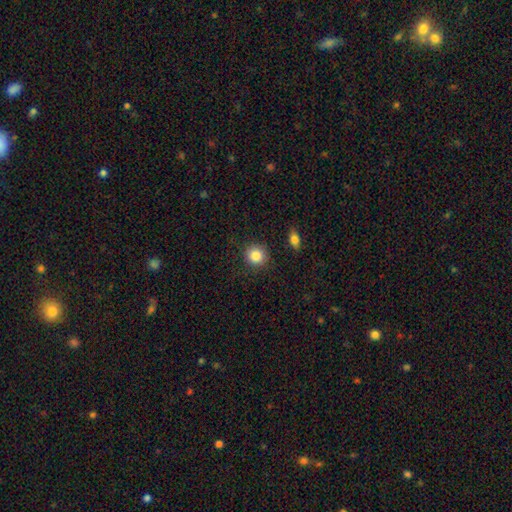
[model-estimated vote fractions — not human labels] Smooth or featured?
  - smooth: 86% *
  - star or artifact: 9%
  - featured or disk: 5%
How rounded?
  - round: 91% *
  - in between: 8%
  - cigar-shaped: 1%
Merging?
  - none: 86% *
  - minor disturbance: 9%
  - major disturbance: 3%
  - merger: 2%